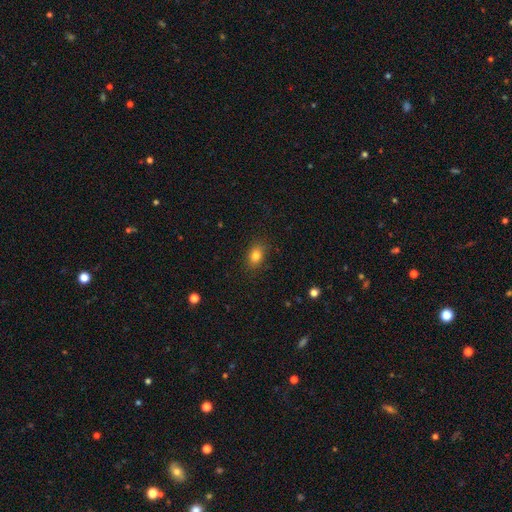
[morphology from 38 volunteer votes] This is clearly a smooth galaxy (87%). How rounded: clearly in between (88%). Merging: clearly none (97%).